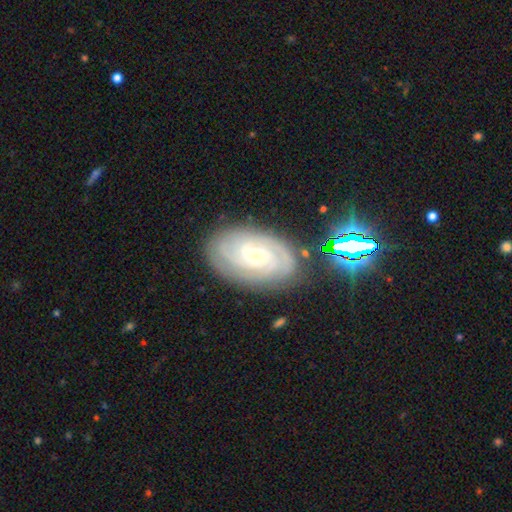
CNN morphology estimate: Smooth or featured? Predicted: featured or disk (p=0.85). Edge-on disk? Predicted: no (p=0.96). Bar? Predicted: no (p=0.67). Spiral arms? Predicted: yes (p=0.97). Spiral winding? Predicted: tight (p=0.76). Spiral arm count? Predicted: 3 (p=0.28). Bulge size? Predicted: small (p=0.69). Merging? Predicted: none (p=0.81).